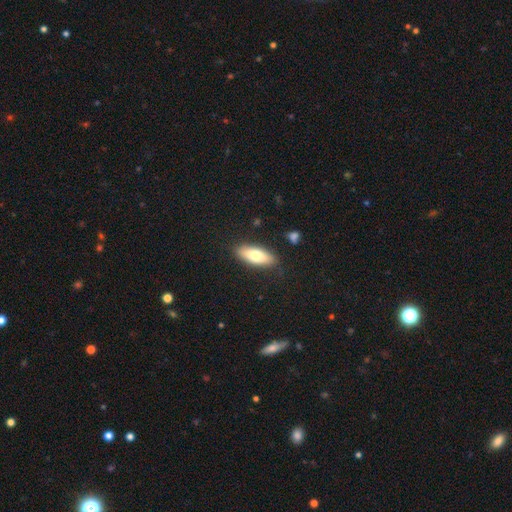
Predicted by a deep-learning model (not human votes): smooth 71%, featured or disk 23%, star or artifact 6%. Down the decision tree: how rounded — in between (68%); merging — none (85%).